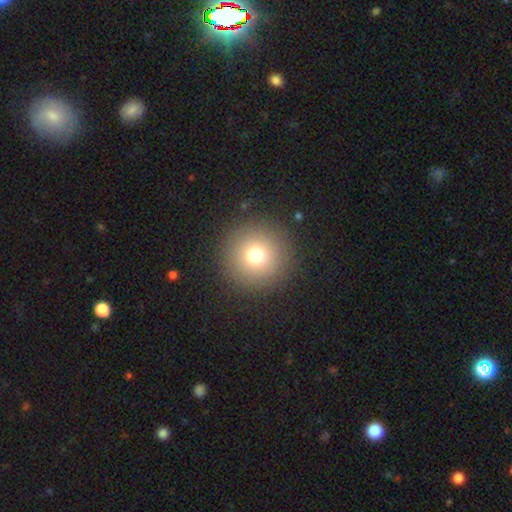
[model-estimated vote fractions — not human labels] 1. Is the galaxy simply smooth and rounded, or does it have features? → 74% smooth, 16% star or artifact, 11% featured or disk.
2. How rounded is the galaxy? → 97% round, 2% in between, 1% cigar-shaped.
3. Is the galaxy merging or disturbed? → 91% none, 5% minor disturbance, 3% major disturbance, 1% merger.